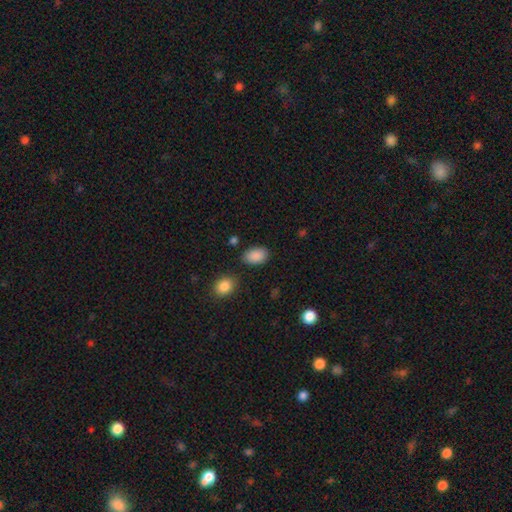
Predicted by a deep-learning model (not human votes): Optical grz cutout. It shows a smooth galaxy with no disk features (89%) that is in between round and cigar-shaped (89%). Merging: none (80%).